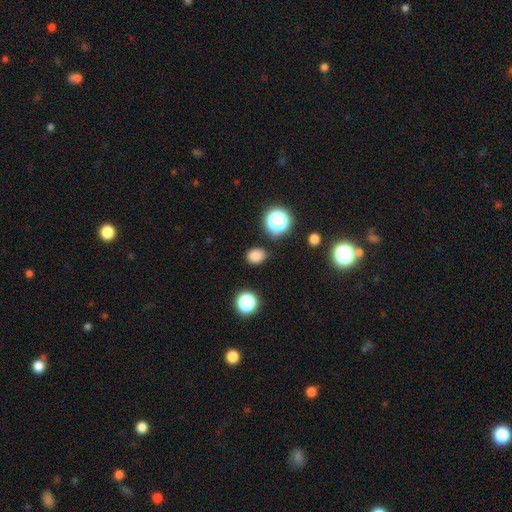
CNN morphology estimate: Smooth or featured?
  - smooth: 81% *
  - star or artifact: 15%
  - featured or disk: 4%
How rounded?
  - round: 52% *
  - in between: 47%
  - cigar-shaped: 1%
Merging?
  - none: 85% *
  - minor disturbance: 10%
  - major disturbance: 3%
  - merger: 2%